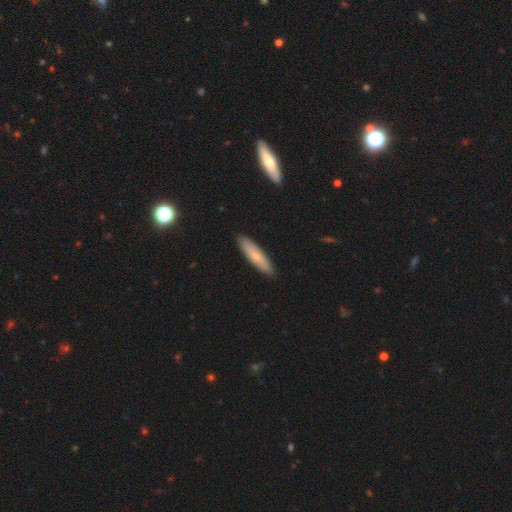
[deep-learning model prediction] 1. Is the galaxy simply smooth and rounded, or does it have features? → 65% smooth, 30% featured or disk, 6% star or artifact.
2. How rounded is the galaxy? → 71% cigar-shaped, 27% in between, 2% round.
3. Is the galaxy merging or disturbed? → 89% none, 8% minor disturbance, 2% major disturbance, 1% merger.